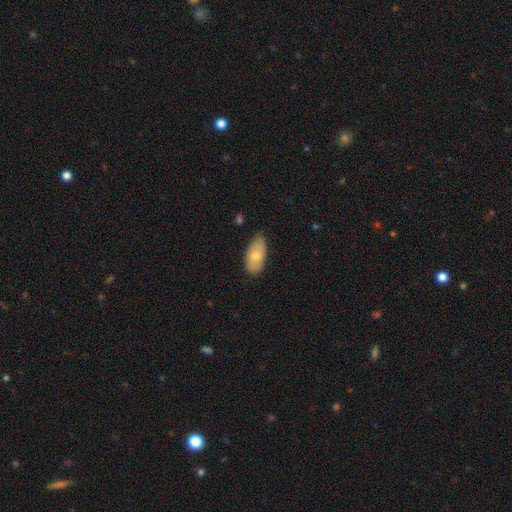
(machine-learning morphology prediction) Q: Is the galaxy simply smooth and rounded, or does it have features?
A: smooth — 75%.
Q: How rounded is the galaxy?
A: in between — 93%.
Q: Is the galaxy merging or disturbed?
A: none — 72%.